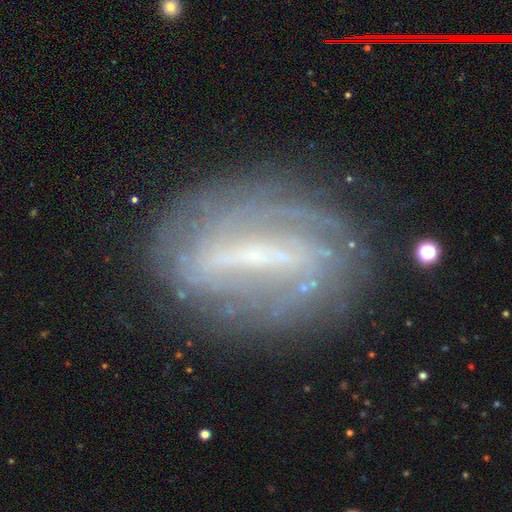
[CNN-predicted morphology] type=featured or disk (75%); edge-on=no (88%); bar=strong (68%); spiral arms=yes (72%); bulge=small (51%); merging=none (74%).